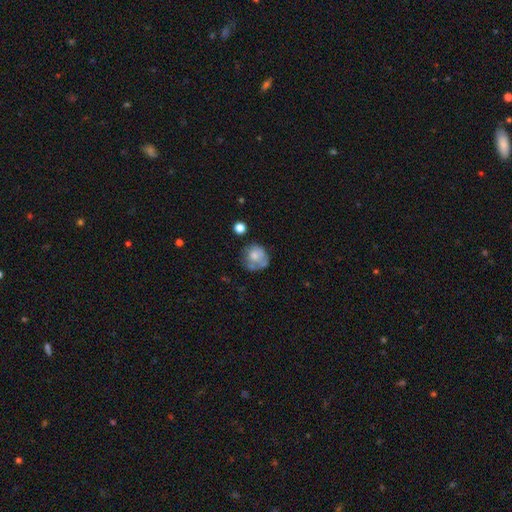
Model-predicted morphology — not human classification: A smooth galaxy with no disk features (64%) that is round (81%). Merging: none (47%).